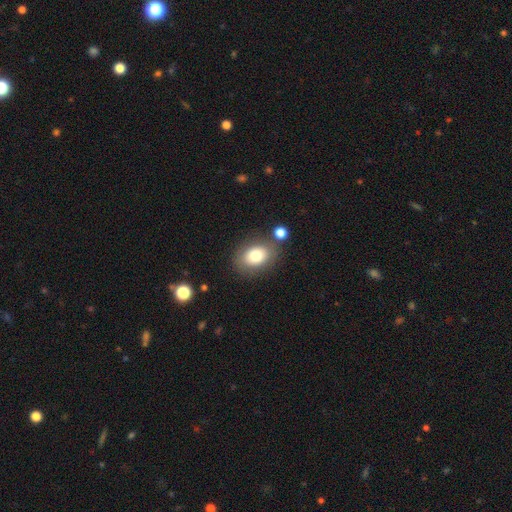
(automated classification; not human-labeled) The model was most divided on "how rounded": in between: 71%, round: 28%, cigar-shaped: 1%. More confident: smooth or featured — smooth (77%); merging — none (75%).